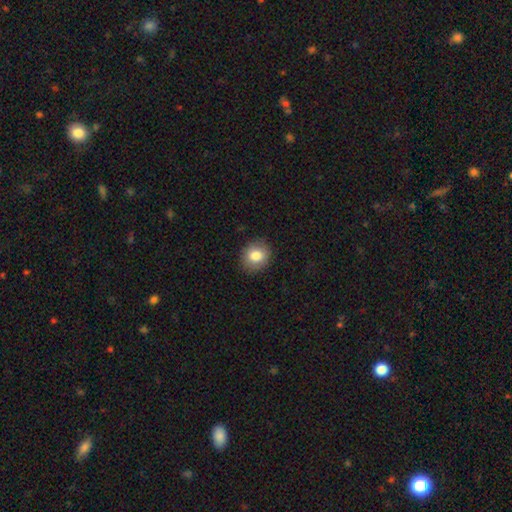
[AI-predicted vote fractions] smooth_or_featured: smooth (p=0.83) [alt: star or artifact p=0.09]
how_rounded: round (p=0.69) [alt: in between p=0.30]
merging: none (p=0.88) [alt: minor disturbance p=0.08]